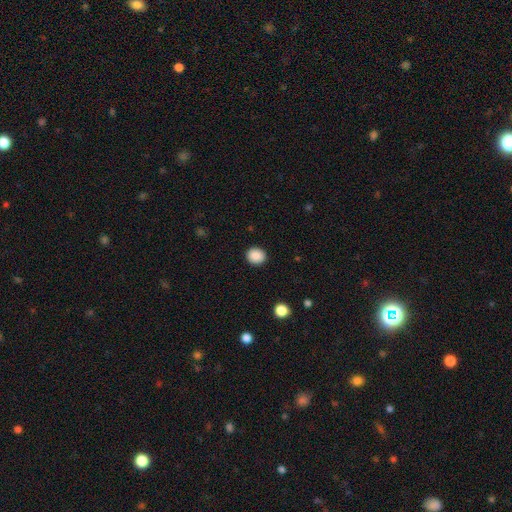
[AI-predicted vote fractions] This appears to be a smooth galaxy with no disk features (89%) that is round (81%). Merging: none (91%).